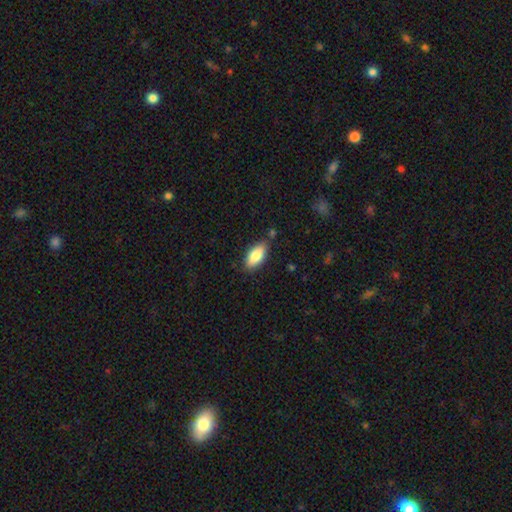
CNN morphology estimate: Smooth or featured?
  - smooth: 83% *
  - featured or disk: 11%
  - star or artifact: 6%
How rounded?
  - in between: 88% *
  - cigar-shaped: 10%
  - round: 2%
Merging?
  - none: 81% *
  - minor disturbance: 14%
  - merger: 3%
  - major disturbance: 3%